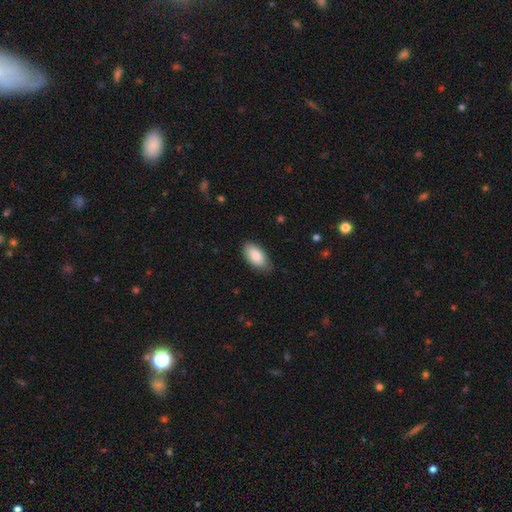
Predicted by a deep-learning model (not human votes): A smooth galaxy with no disk features (85%) that is in between round and cigar-shaped (93%).

Vote fractions:
- Smooth or featured? smooth: 85% / featured or disk: 9% / star or artifact: 6%
- How rounded? in between: 93% / cigar-shaped: 4% / round: 2%
- Merging? none: 81% / minor disturbance: 15% / major disturbance: 3% / merger: 1%